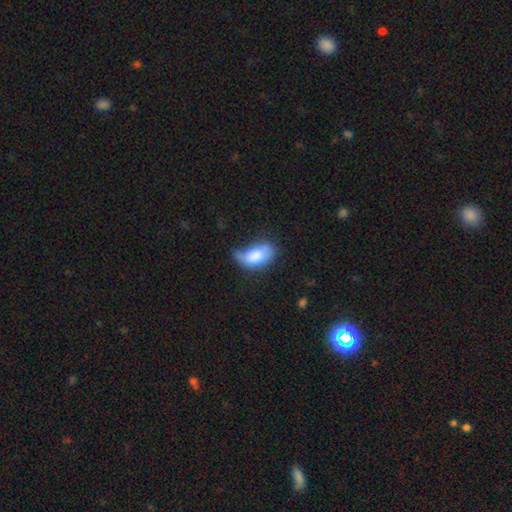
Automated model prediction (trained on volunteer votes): Smooth or featured? Predicted: smooth (p=0.76). How rounded? Predicted: in between (p=0.93). Merging? Predicted: minor disturbance (p=0.40).